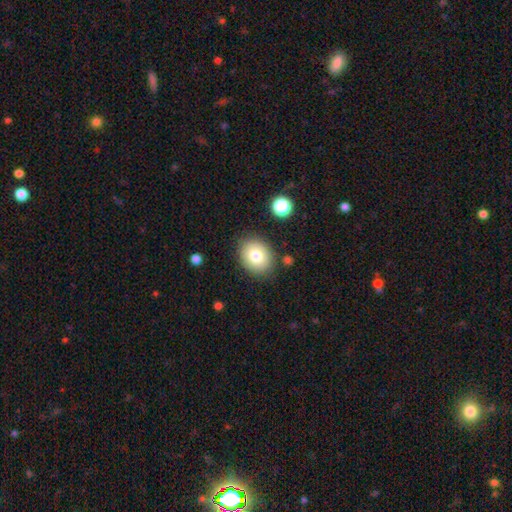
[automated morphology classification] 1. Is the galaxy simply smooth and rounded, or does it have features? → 78% smooth, 12% featured or disk, 10% star or artifact.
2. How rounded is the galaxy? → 56% round, 44% in between, 1% cigar-shaped.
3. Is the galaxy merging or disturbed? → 84% none, 11% minor disturbance, 3% major disturbance, 2% merger.